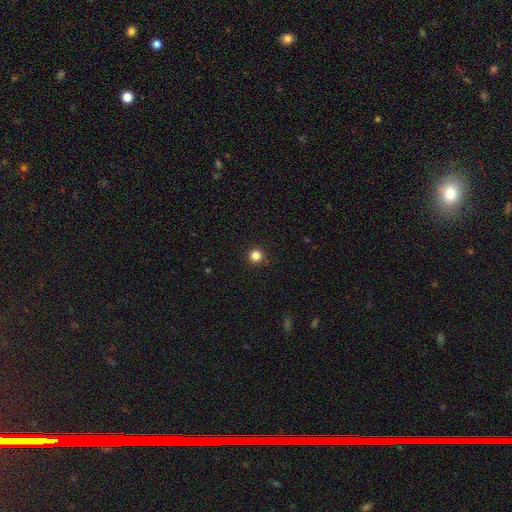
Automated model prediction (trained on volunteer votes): Overall: smooth (84%). How rounded: round (96%). Merging: none (92%).